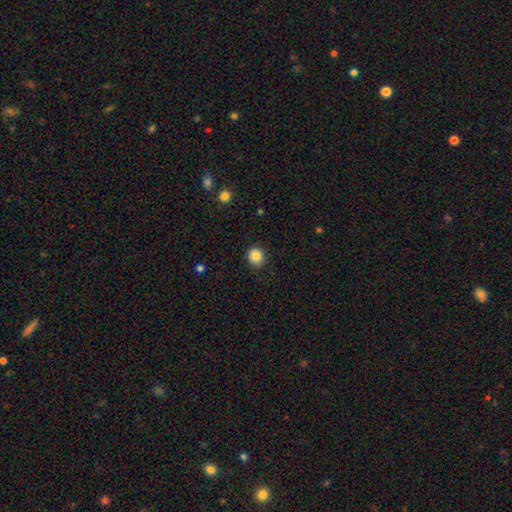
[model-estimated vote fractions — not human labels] smooth-or-featured: smooth: 85% | star or artifact: 10% | featured or disk: 5%
  how-rounded: round: 78% | in between: 21% | cigar-shaped: 1%
  merging: none: 88% | minor disturbance: 9% | major disturbance: 2% | merger: 1%